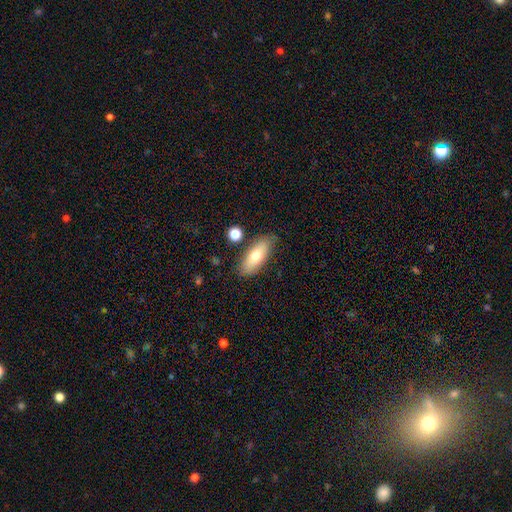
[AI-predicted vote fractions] smooth_or_featured: smooth (p=0.71) [alt: featured or disk p=0.22]
how_rounded: in between (p=0.71) [alt: cigar-shaped p=0.26]
merging: none (p=0.79) [alt: minor disturbance p=0.14]